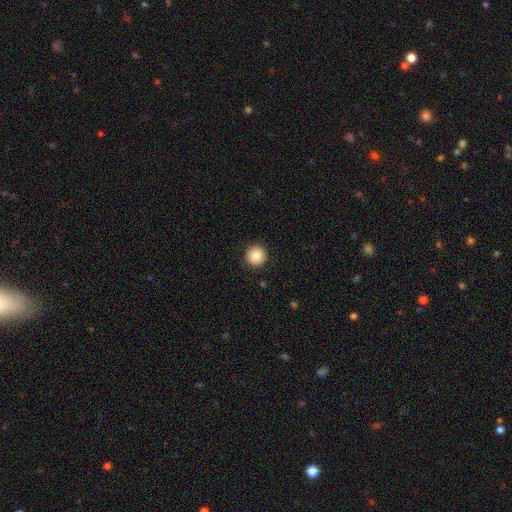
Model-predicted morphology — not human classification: smooth 84%, star or artifact 9%, featured or disk 7%. Down the decision tree: how rounded — round (96%); merging — none (93%).